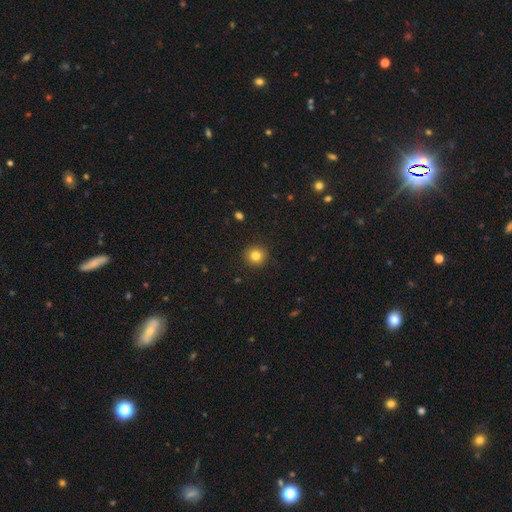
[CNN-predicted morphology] A smooth galaxy with no disk features (82%) that is round (94%). Merging: none (92%).